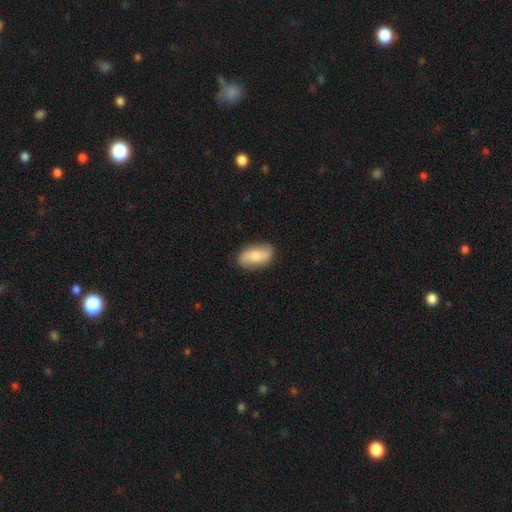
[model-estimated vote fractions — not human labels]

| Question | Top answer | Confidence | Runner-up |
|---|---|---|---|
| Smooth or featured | smooth | 57% | featured or disk (37%) |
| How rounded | in between | 91% | round (5%) |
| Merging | none | 84% | minor disturbance (12%) |